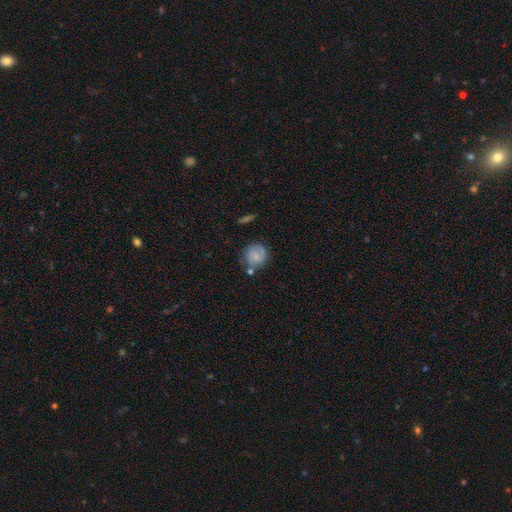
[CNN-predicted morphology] This appears to be a smooth galaxy with no disk features (57%) that is round (81%). Merging: none (60%).